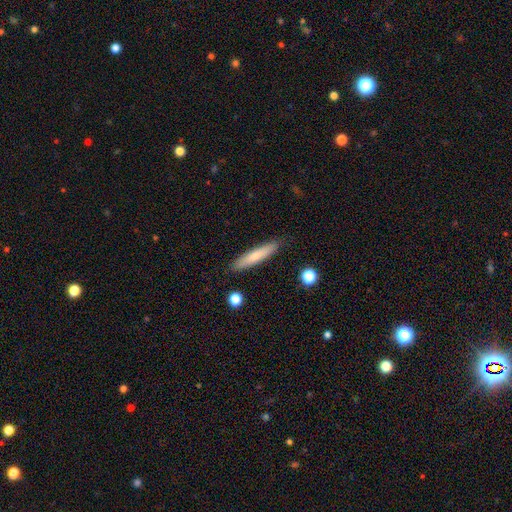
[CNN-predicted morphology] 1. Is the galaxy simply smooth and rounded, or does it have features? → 71% smooth, 23% featured or disk, 6% star or artifact.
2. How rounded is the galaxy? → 89% cigar-shaped, 9% in between, 1% round.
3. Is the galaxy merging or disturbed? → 88% none, 9% minor disturbance, 2% major disturbance, 2% merger.